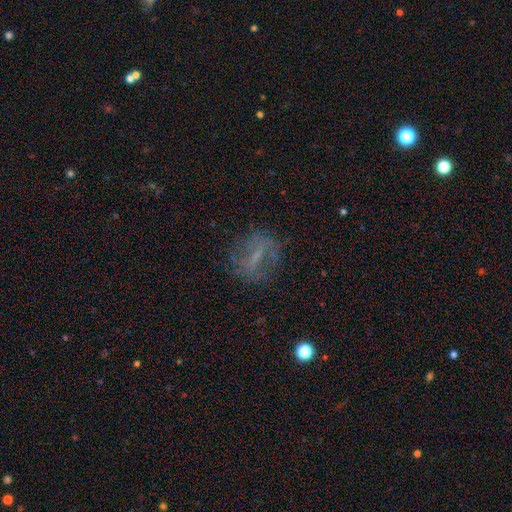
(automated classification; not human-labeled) A featured or disk galaxy (53%). Merging: none (73%).